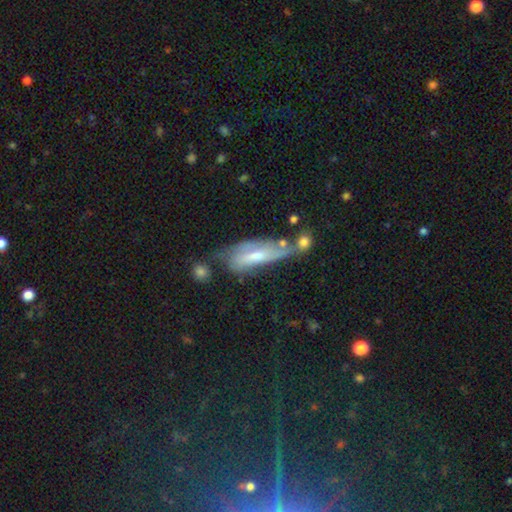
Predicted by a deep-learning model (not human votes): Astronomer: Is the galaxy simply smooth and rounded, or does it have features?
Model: featured or disk — 54% (runner-up: smooth, 38%).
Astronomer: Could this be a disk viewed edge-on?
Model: no — 67%.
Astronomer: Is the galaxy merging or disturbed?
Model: none — 33% (runner-up: minor disturbance, 27%).